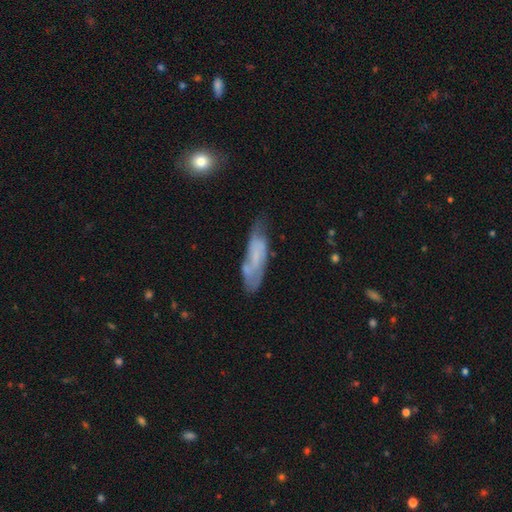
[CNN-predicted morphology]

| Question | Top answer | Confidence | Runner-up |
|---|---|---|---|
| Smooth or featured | featured or disk | 52% | smooth (40%) |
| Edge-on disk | no | 76% | yes (24%) |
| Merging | none | 54% | minor disturbance (29%) |